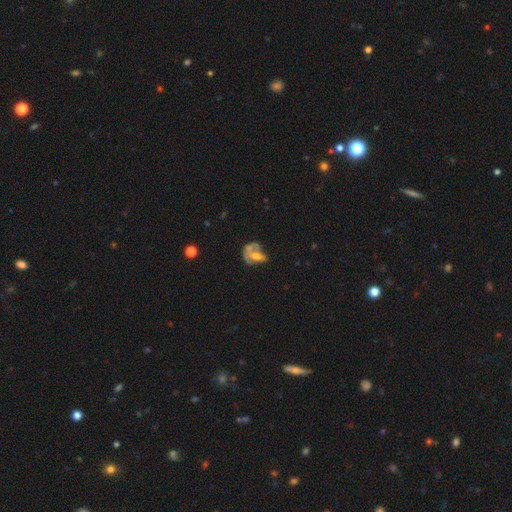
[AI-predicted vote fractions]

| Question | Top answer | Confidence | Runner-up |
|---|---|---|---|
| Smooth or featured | featured or disk | 50% | smooth (39%) |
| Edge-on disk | no | 96% | yes (4%) |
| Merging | merger | 32% | major disturbance (30%) |